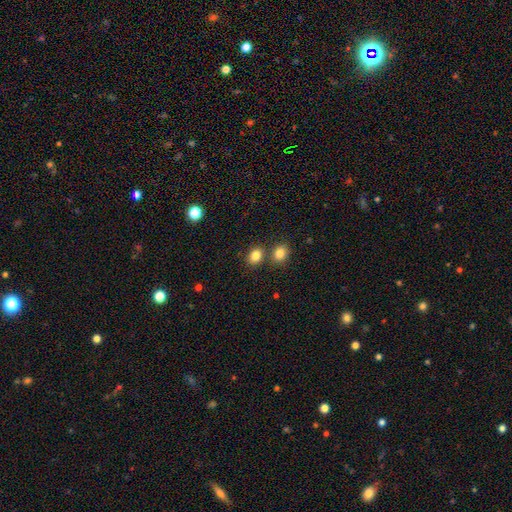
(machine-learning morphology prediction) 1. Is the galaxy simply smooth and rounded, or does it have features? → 83% smooth, 11% star or artifact, 6% featured or disk.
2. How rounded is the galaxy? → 53% round, 46% in between, 1% cigar-shaped.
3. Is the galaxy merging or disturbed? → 68% none, 21% merger, 9% minor disturbance, 3% major disturbance.